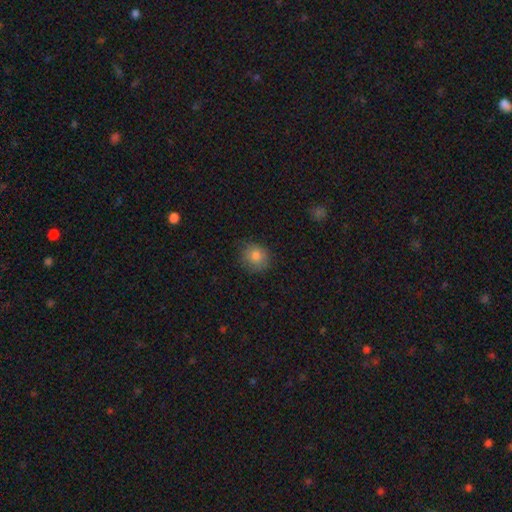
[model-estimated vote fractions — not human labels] Smooth or featured? smooth (82%)
How rounded? round (82%)
Merging? none (81%)